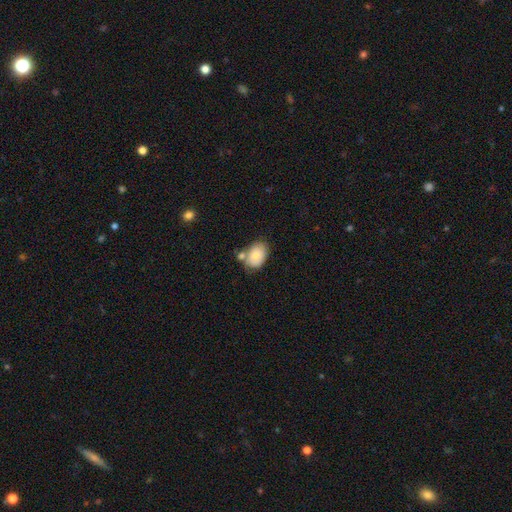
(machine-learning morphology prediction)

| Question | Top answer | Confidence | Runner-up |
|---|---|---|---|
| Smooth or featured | smooth | 78% | featured or disk (15%) |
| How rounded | in between | 83% | round (16%) |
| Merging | none | 55% | merger (21%) |